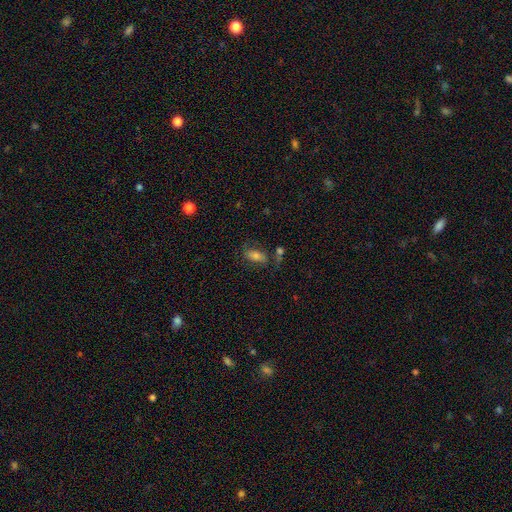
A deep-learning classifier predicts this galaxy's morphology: Q: Smooth or featured?
A: smooth (61%); runner-up: featured or disk (26%)
Q: How rounded?
A: in between (86%); runner-up: cigar-shaped (8%)
Q: Merging?
A: none (60%); runner-up: minor disturbance (19%)